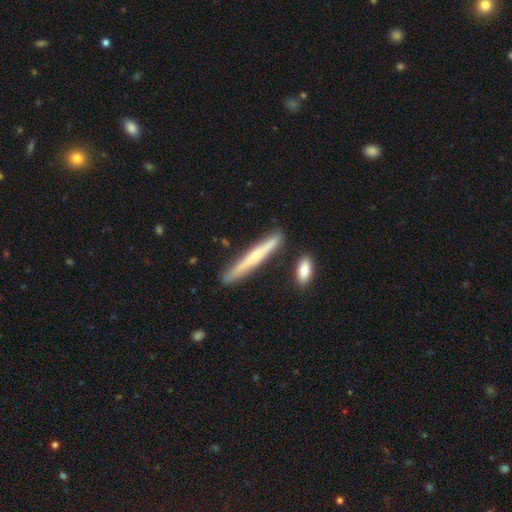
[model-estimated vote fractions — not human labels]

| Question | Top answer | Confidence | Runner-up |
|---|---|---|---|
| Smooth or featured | featured or disk | 52% | smooth (42%) |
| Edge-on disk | yes | 95% | no (5%) |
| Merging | none | 84% | minor disturbance (10%) |